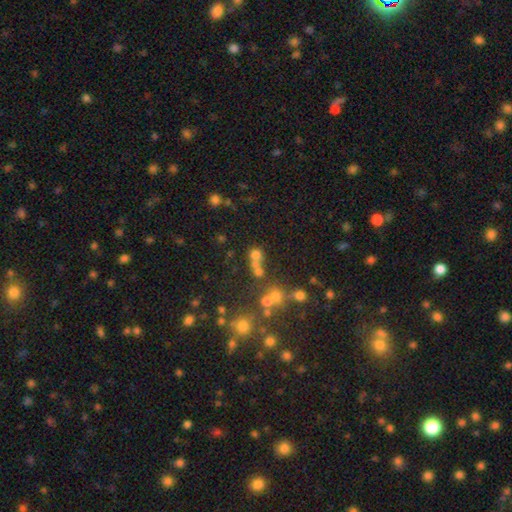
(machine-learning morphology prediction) Smooth or featured?
  - smooth: 60% *
  - star or artifact: 24%
  - featured or disk: 17%
How rounded?
  - round: 81% *
  - in between: 17%
  - cigar-shaped: 2%
Merging?
  - none: 47% *
  - merger: 38%
  - minor disturbance: 9%
  - major disturbance: 6%